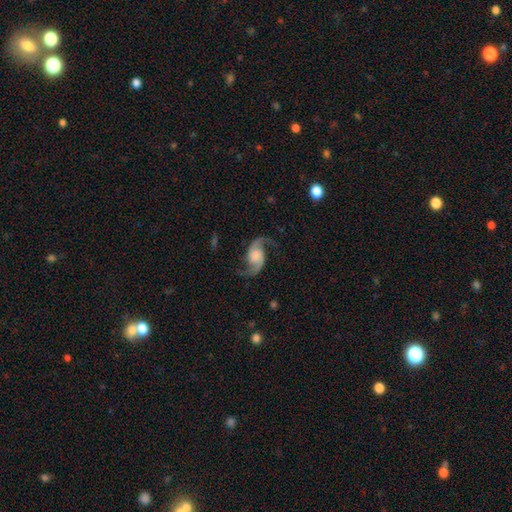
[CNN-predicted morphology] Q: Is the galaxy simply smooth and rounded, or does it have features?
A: featured or disk — 90%.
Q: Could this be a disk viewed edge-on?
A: no — 98%.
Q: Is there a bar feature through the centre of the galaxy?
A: no — 62%.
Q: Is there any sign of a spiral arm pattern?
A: yes — 97%.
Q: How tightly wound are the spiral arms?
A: loose — 67%.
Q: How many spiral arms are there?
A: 2 — 94%.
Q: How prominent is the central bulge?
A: none — 32%.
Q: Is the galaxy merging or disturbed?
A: none — 78%.